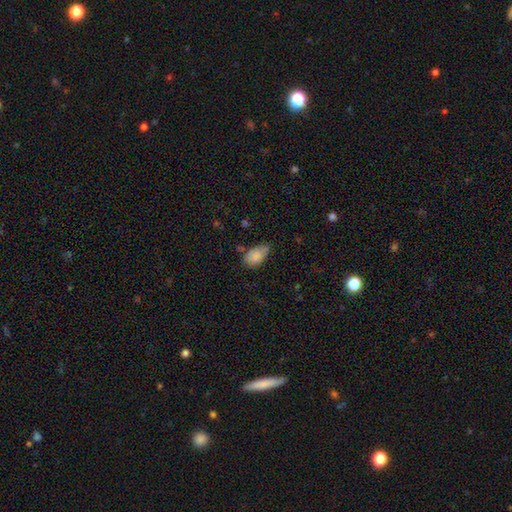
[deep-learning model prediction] smooth_or_featured: smooth (p=0.84) [alt: star or artifact p=0.08]
how_rounded: in between (p=0.91) [alt: round p=0.07]
merging: none (p=0.45) [alt: minor disturbance p=0.41]